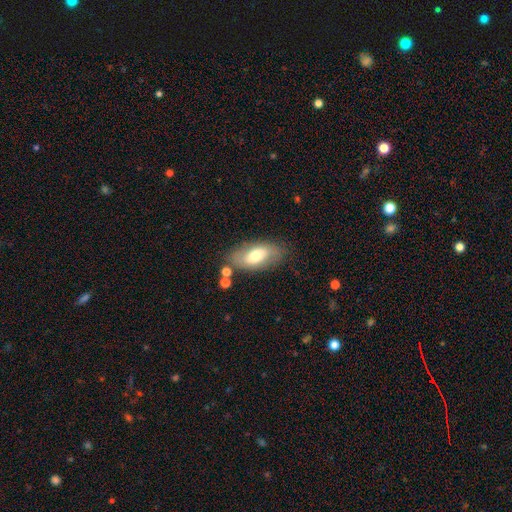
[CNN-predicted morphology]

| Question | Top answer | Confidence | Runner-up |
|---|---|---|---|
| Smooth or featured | smooth | 61% | featured or disk (32%) |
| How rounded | in between | 89% | cigar-shaped (6%) |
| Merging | none | 75% | minor disturbance (15%) |